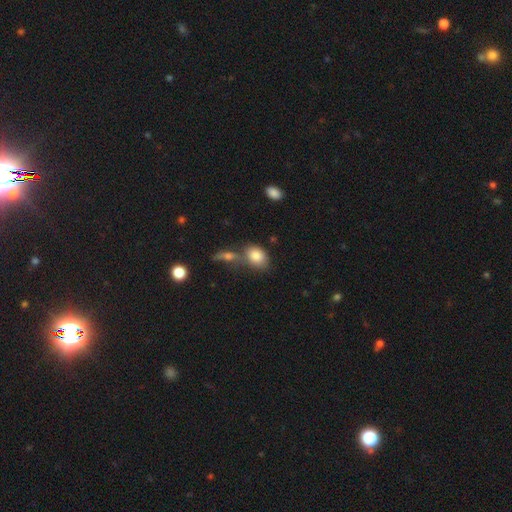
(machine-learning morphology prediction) Smooth or featured?
  - smooth: 82% *
  - featured or disk: 10%
  - star or artifact: 8%
How rounded?
  - in between: 77% *
  - round: 22%
  - cigar-shaped: 2%
Merging?
  - none: 50% *
  - merger: 29%
  - minor disturbance: 15%
  - major disturbance: 5%